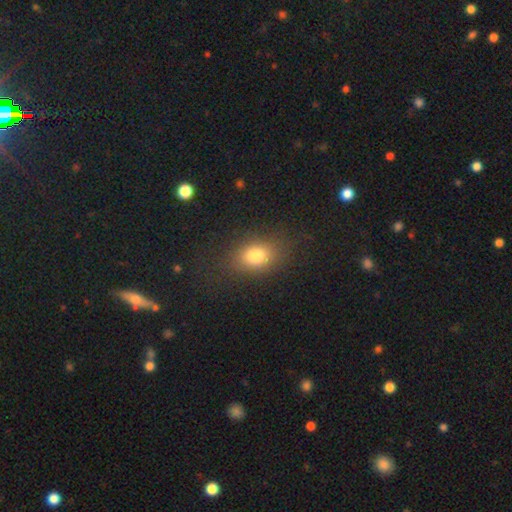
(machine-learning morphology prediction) The model was most divided on "how rounded": in between: 67%, round: 31%, cigar-shaped: 2%. More confident: merging — none (79%); smooth or featured — smooth (78%).